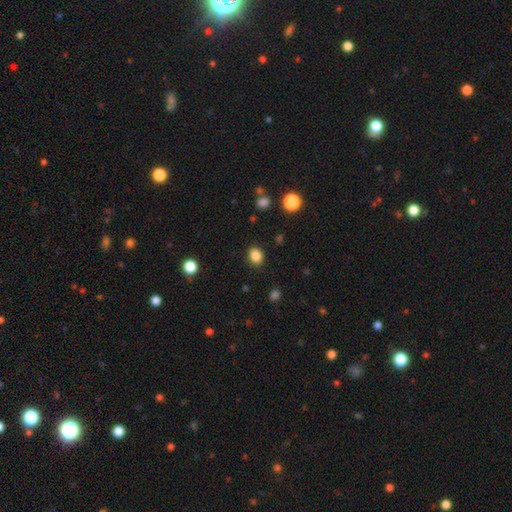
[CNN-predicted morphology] Smooth or featured: smooth — 86% (star or artifact — 11%)
How rounded: round — 51% (in between — 48%)
Merging: none — 88% (minor disturbance — 8%)